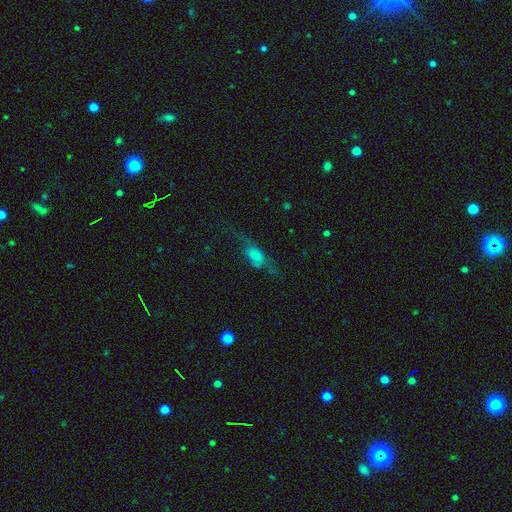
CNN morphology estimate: type=smooth (54%); roundness=in between (69%); merging=major disturbance (40%).